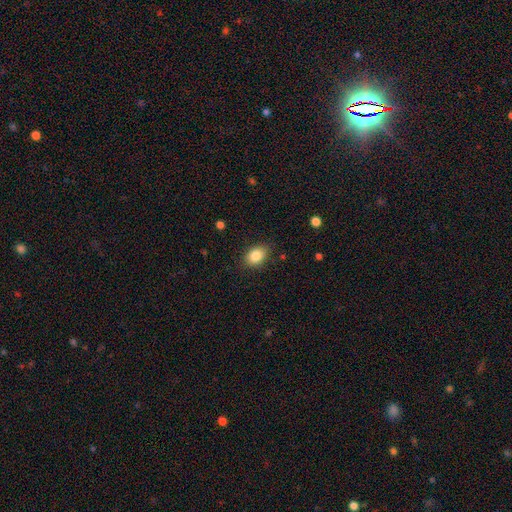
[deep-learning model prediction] Smooth or featured? smooth (85%)
How rounded? in between (77%)
Merging? none (84%)